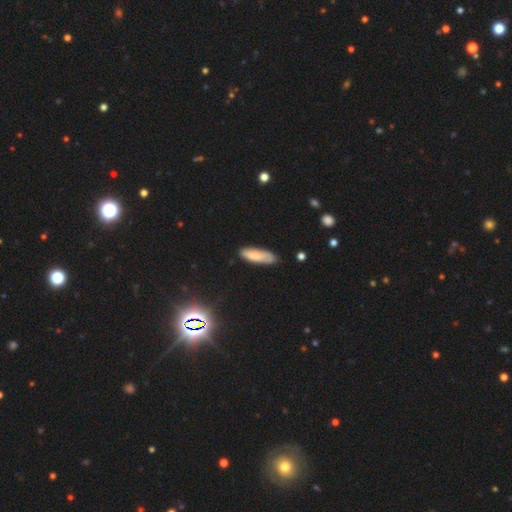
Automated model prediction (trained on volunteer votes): Smooth or featured?
  - smooth: 78% *
  - featured or disk: 15%
  - star or artifact: 7%
How rounded?
  - cigar-shaped: 51% *
  - in between: 48%
  - round: 2%
Merging?
  - none: 74% *
  - minor disturbance: 20%
  - major disturbance: 4%
  - merger: 2%